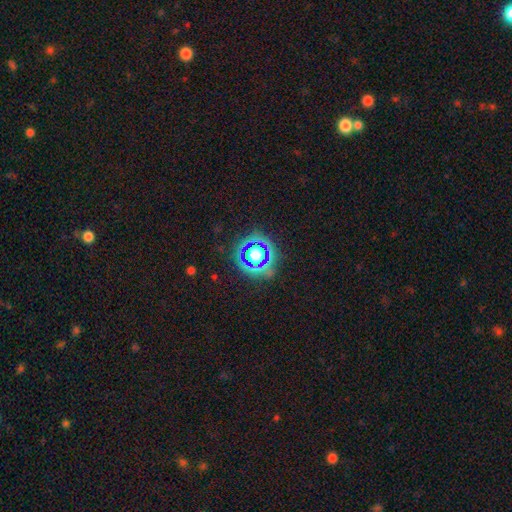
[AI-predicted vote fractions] smooth-or-featured: star or artifact: 50% | smooth: 35% | featured or disk: 14%